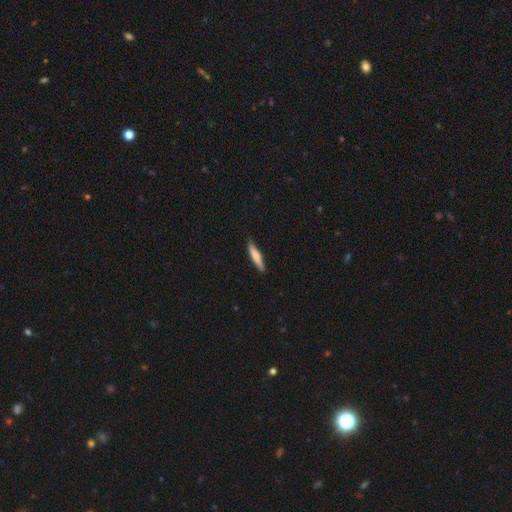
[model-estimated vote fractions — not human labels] This is likely a smooth galaxy (66%). How rounded: clearly cigar-shaped (87%). Merging: clearly none (83%).